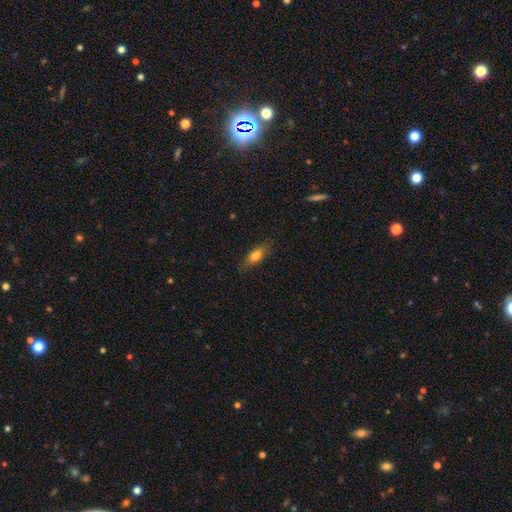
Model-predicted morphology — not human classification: This appears to be a smooth galaxy with no disk features (74%) that is in between round and cigar-shaped (72%). Merging: none (82%).